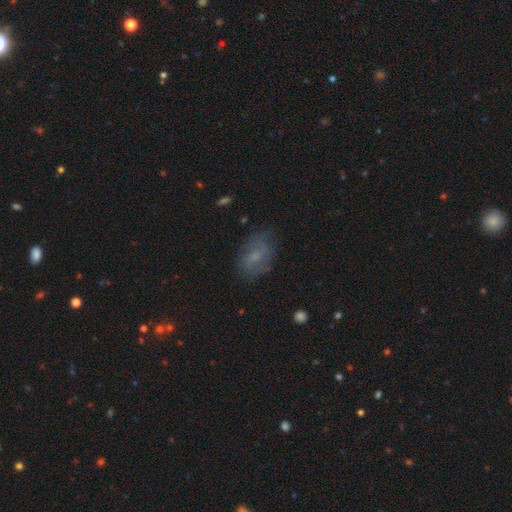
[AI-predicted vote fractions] smooth_or_featured: smooth (p=0.52) [alt: featured or disk p=0.37]
how_rounded: in between (p=0.85) [alt: round p=0.12]
merging: none (p=0.70) [alt: minor disturbance p=0.20]